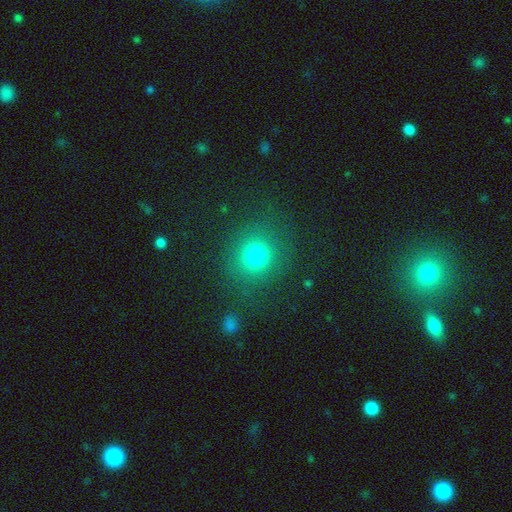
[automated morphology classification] This is likely a smooth galaxy (76%). How rounded: clearly round (88%). Merging: clearly none (83%).